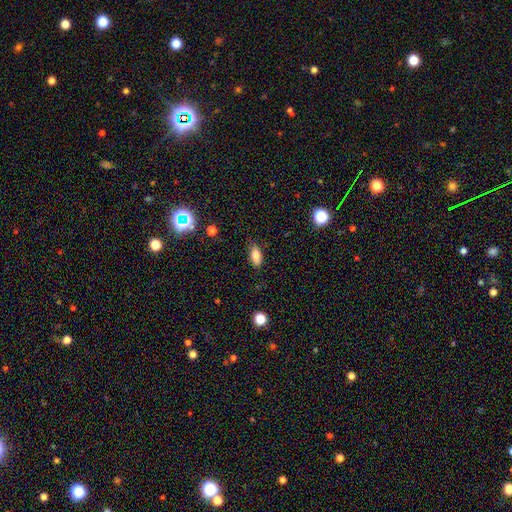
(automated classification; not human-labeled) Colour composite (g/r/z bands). It shows a smooth galaxy with no disk features (82%) that is in between round and cigar-shaped (85%). Merging: none (79%).